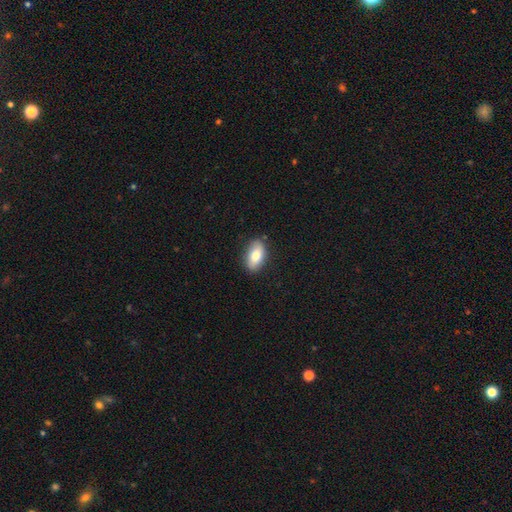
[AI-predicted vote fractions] Smooth or featured? smooth (76%)
How rounded? in between (91%)
Merging? none (84%)